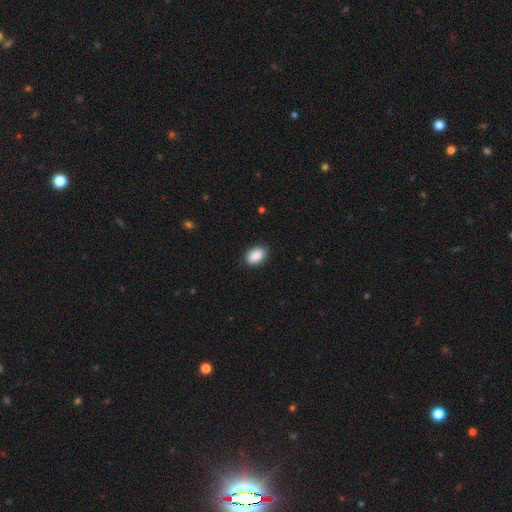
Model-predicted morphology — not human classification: smooth 89%, star or artifact 7%, featured or disk 4%. Down the decision tree: how rounded — in between (84%); merging — none (85%).